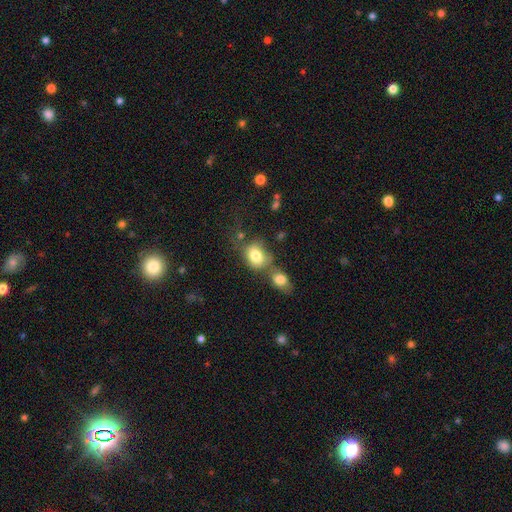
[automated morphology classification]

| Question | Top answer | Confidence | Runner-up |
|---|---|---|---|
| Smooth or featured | smooth | 80% | featured or disk (11%) |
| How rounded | in between | 57% | round (41%) |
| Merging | merger | 40% | none (38%) |